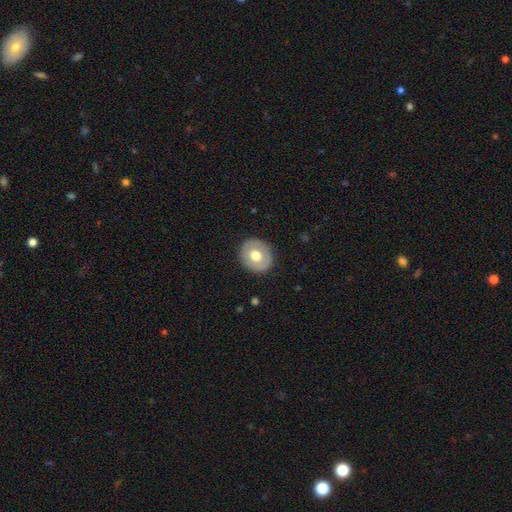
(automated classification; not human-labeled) This is likely a smooth galaxy (61%). How rounded: likely round (76%). Merging: clearly none (88%).